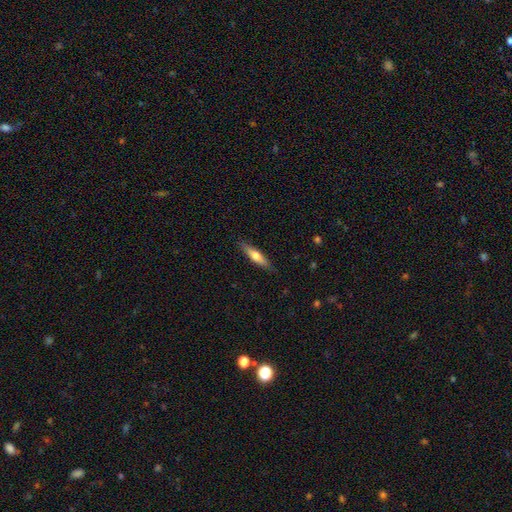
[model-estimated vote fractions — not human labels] Smooth or featured: smooth — 57% (featured or disk — 37%)
How rounded: cigar-shaped — 78% (in between — 20%)
Merging: none — 88% (minor disturbance — 9%)